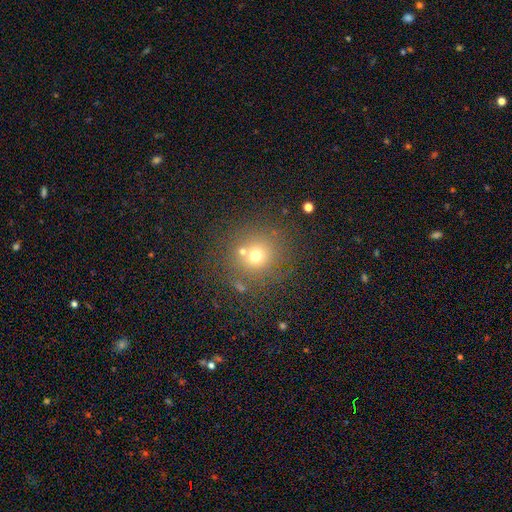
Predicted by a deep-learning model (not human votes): The model was most divided on "smooth or featured": smooth: 66%, star or artifact: 21%, featured or disk: 14%. More confident: how rounded — round (90%); merging — none (71%).